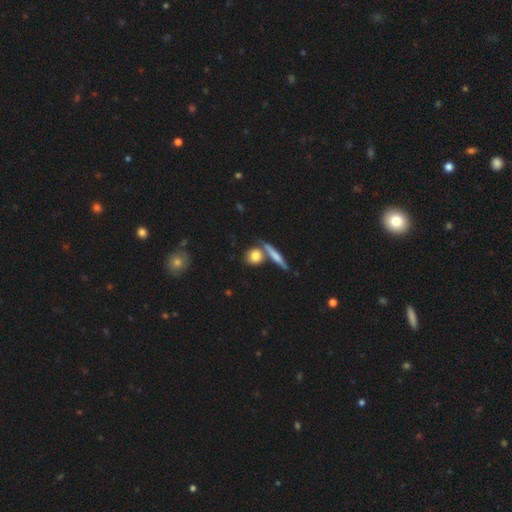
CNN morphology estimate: smooth_or_featured: smooth (p=0.78) [alt: featured or disk p=0.14]
how_rounded: round (p=0.70) [alt: in between p=0.17]
merging: none (p=0.69) [alt: merger p=0.17]